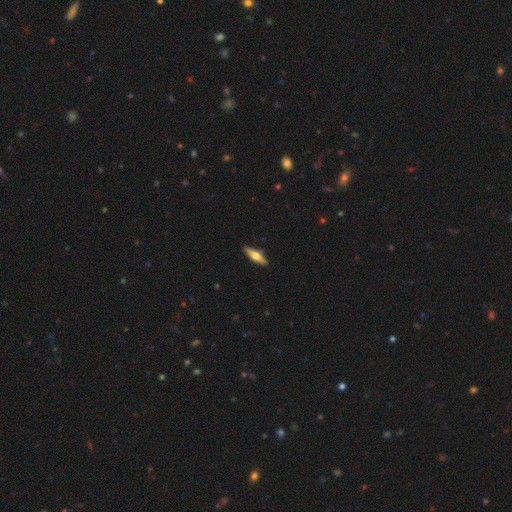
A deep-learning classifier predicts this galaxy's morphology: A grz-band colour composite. It shows a featured or disk galaxy (53%) viewed edge-on (93%). Merging: none (89%).